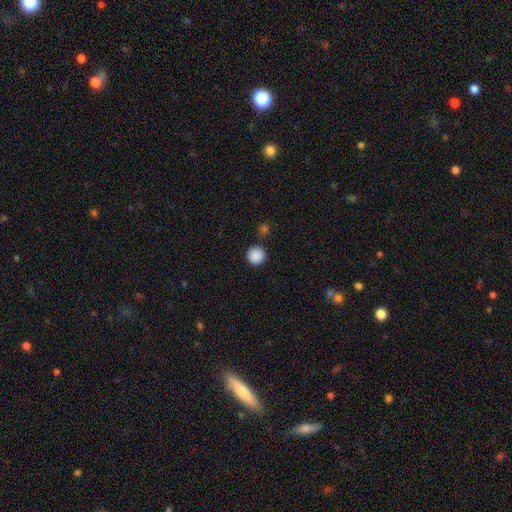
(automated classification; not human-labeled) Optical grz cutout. It shows a smooth galaxy with no disk features (88%) that is round (96%). Merging: none (87%).